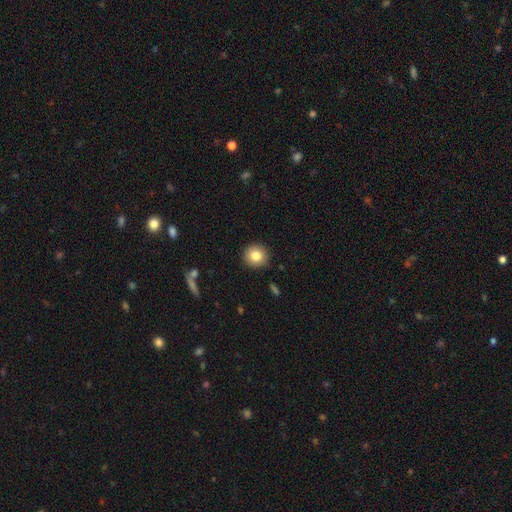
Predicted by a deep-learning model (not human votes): smooth-or-featured: smooth: 82% | star or artifact: 9% | featured or disk: 9%
  how-rounded: round: 93% | in between: 6% | cigar-shaped: 1%
  merging: none: 90% | minor disturbance: 7% | major disturbance: 2% | merger: 1%